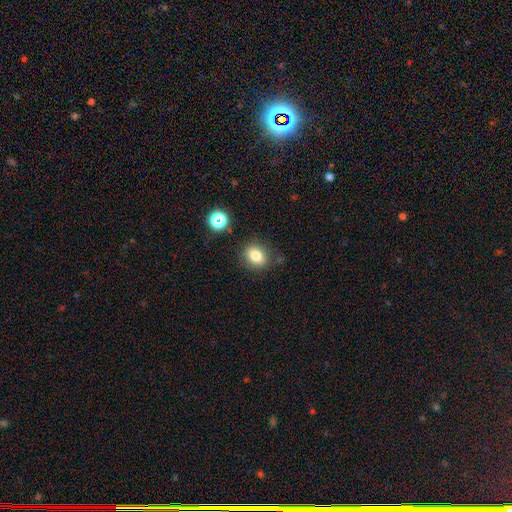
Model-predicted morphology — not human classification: Smooth or featured? smooth (80%)
How rounded? round (51%)
Merging? none (82%)